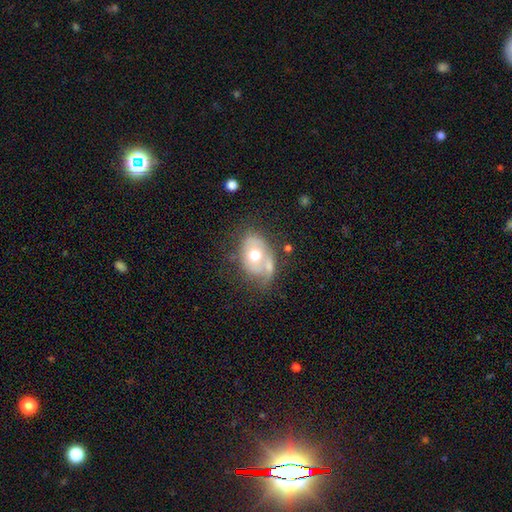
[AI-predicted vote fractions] Smooth or featured?
  - featured or disk: 58% *
  - smooth: 34%
  - star or artifact: 8%
Edge-on disk?
  - no: 95% *
  - yes: 5%
Bar?
  - no: 84% *
  - weak: 12%
  - strong: 4%
Spiral arms?
  - no: 57% *
  - yes: 43%
Bulge size?
  - moderate: 73% *
  - large: 17%
  - small: 8%
  - dominant: 2%
  - none: 1%
Merging?
  - none: 43% *
  - minor disturbance: 25%
  - major disturbance: 18%
  - merger: 14%